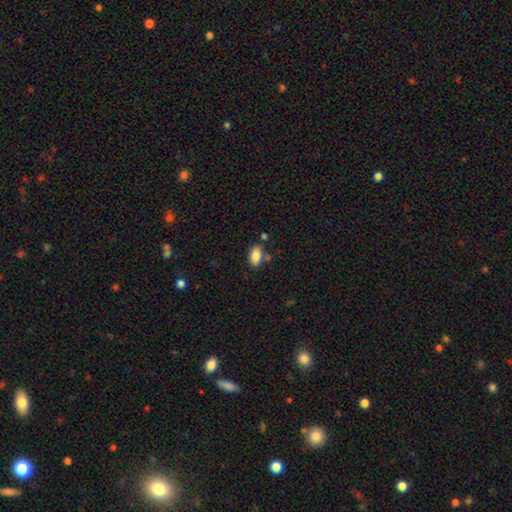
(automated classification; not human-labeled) Overall: smooth (85%). How rounded: in between (92%). Merging: none (74%).